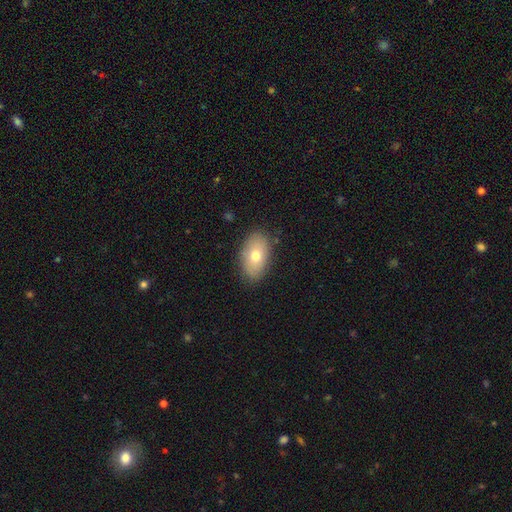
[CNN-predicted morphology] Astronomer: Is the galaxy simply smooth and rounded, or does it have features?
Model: smooth — 71%.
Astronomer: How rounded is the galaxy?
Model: in between — 91%.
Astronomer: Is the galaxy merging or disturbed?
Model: none — 84%.